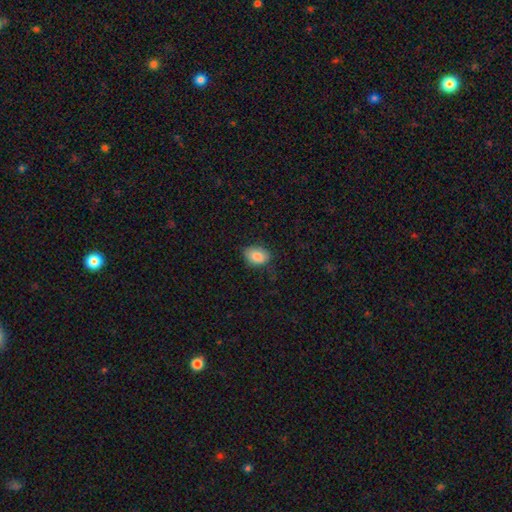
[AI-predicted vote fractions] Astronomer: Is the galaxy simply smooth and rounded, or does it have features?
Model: smooth — 85%.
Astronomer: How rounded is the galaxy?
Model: in between — 77%.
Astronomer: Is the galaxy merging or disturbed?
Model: none — 77%.